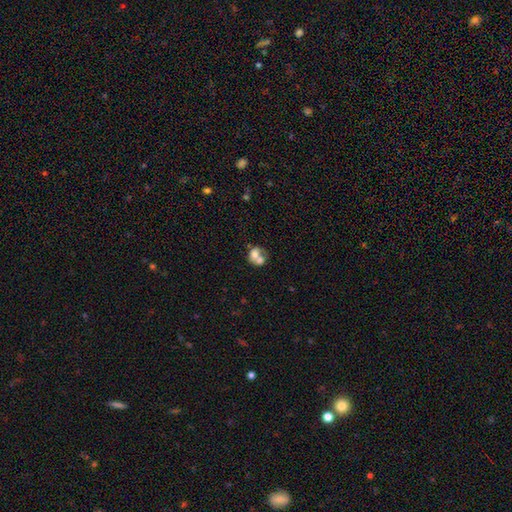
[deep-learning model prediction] smooth 64%, featured or disk 27%, star or artifact 10%. Down the decision tree: how rounded — round (55%); merging — merger (64%).